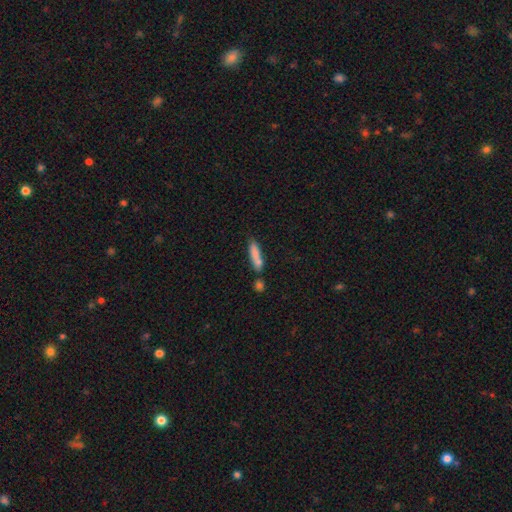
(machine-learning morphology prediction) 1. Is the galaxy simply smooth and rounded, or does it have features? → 79% smooth, 14% featured or disk, 7% star or artifact.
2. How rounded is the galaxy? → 76% cigar-shaped, 22% in between, 2% round.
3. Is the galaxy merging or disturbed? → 55% none, 23% merger, 17% minor disturbance, 5% major disturbance.